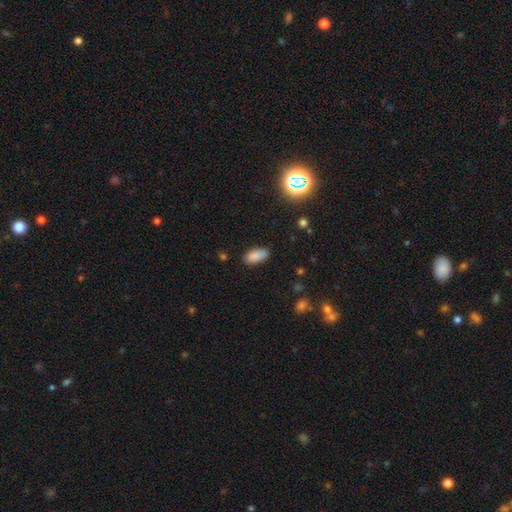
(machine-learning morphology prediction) Smooth or featured?
  - smooth: 87% *
  - star or artifact: 9%
  - featured or disk: 4%
How rounded?
  - in between: 91% *
  - cigar-shaped: 7%
  - round: 2%
Merging?
  - none: 85% *
  - minor disturbance: 11%
  - major disturbance: 2%
  - merger: 1%